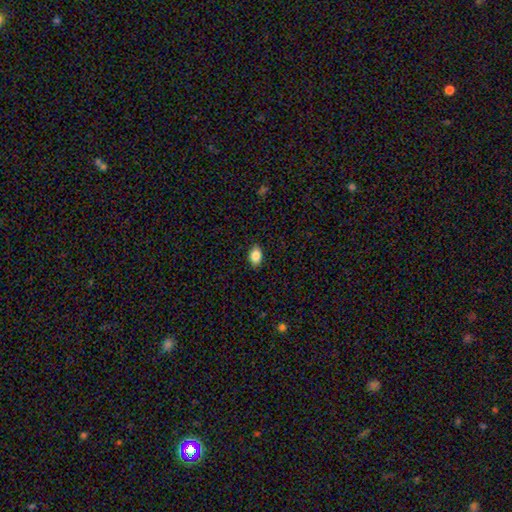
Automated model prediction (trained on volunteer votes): smooth-or-featured: smooth: 85% | star or artifact: 8% | featured or disk: 7%
  how-rounded: in between: 87% | round: 11% | cigar-shaped: 2%
  merging: none: 88% | minor disturbance: 9% | major disturbance: 2% | merger: 1%